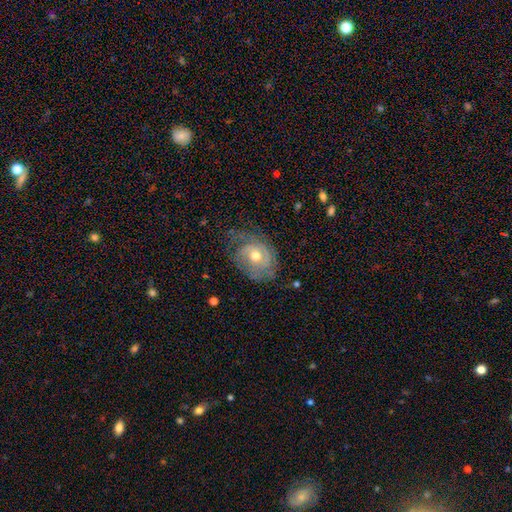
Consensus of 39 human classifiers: This is clearly a featured or disk galaxy (82%). It is clearly not viewed edge-on (97%). Bar: likely no (77%). Spiral arm pattern: clearly yes (97%). Spiral arm count: possibly can't tell (57%). Spiral winding: likely tight (63%). Central bulge: clearly moderate (87%). Merging: likely none (61%).